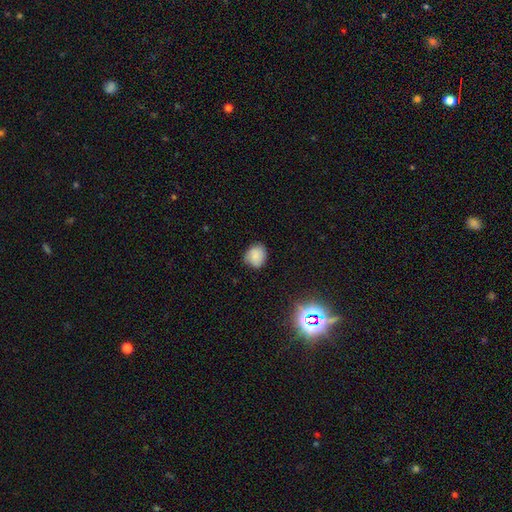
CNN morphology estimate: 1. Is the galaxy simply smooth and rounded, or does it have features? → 78% smooth, 11% star or artifact, 10% featured or disk.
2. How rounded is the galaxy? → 67% round, 32% in between, 1% cigar-shaped.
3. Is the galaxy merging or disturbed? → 72% none, 23% minor disturbance, 4% major disturbance, 1% merger.